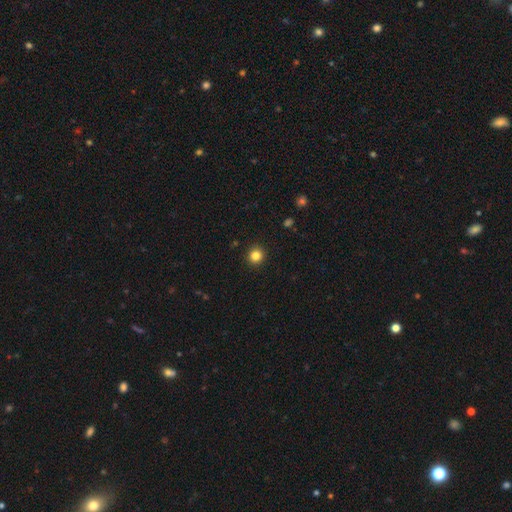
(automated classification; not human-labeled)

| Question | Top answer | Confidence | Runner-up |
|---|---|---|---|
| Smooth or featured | smooth | 83% | star or artifact (12%) |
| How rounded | round | 91% | in between (8%) |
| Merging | none | 92% | minor disturbance (5%) |